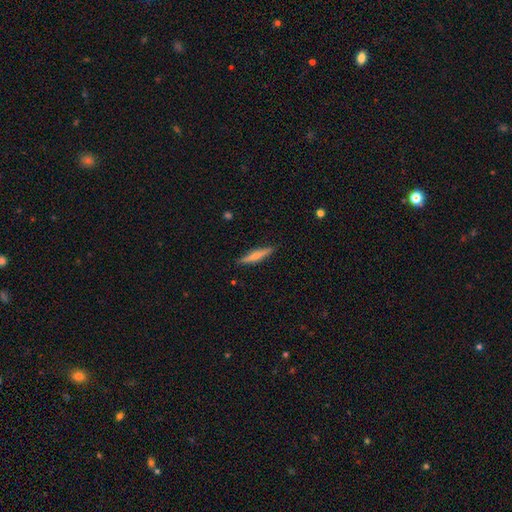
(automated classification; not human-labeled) Morphology: type=smooth (58%); roundness=cigar-shaped (90%); merging=none (89%).